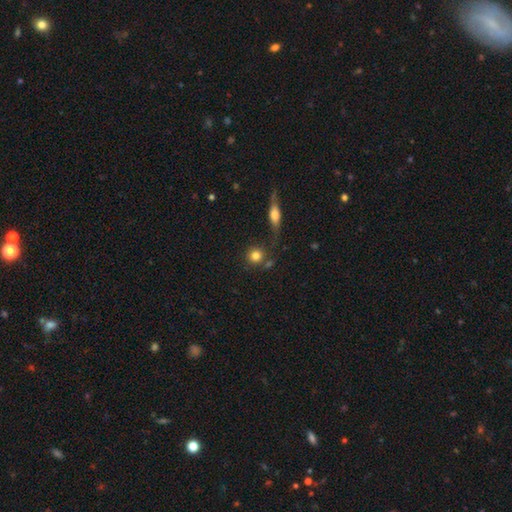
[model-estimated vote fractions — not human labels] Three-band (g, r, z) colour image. It shows a smooth galaxy with no disk features (81%) that is round (89%). Merging: none (72%).